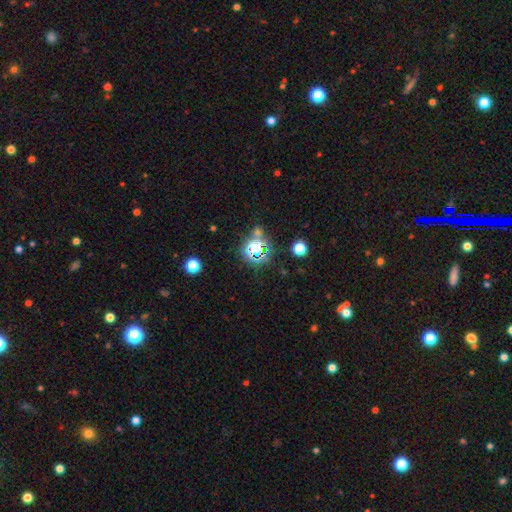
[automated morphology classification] The model was most divided on "smooth or featured": star or artifact: 71%, smooth: 20%, featured or disk: 9%.